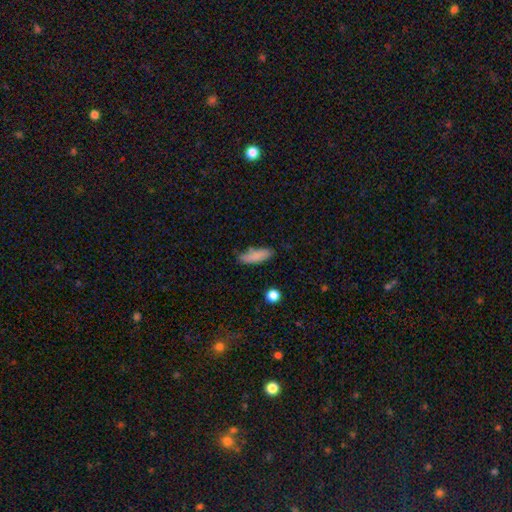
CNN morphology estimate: Smooth or featured?
  - smooth: 82% *
  - featured or disk: 10%
  - star or artifact: 8%
How rounded?
  - in between: 61% *
  - cigar-shaped: 37%
  - round: 2%
Merging?
  - none: 63% *
  - minor disturbance: 26%
  - major disturbance: 6%
  - merger: 5%